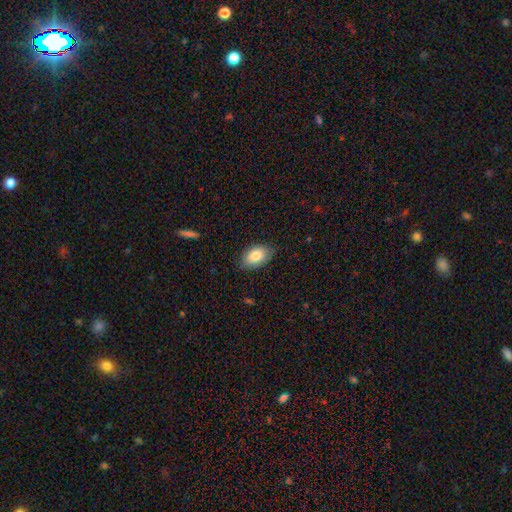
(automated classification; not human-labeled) smooth 83%, featured or disk 10%, star or artifact 7%. Down the decision tree: how rounded — in between (91%); merging — none (82%).